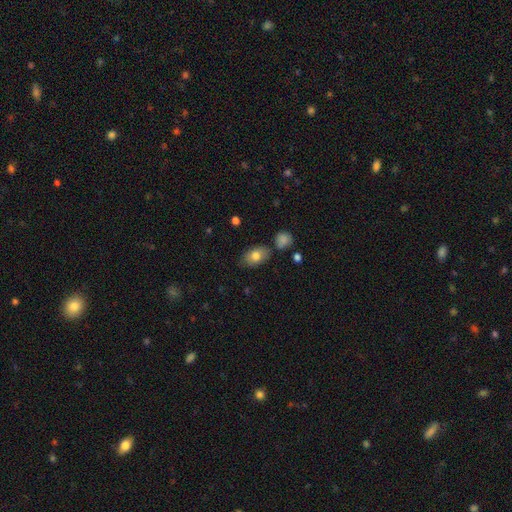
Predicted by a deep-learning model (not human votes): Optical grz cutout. It shows a smooth galaxy with no disk features (79%) that is in between round and cigar-shaped (86%). Merging: none (75%).